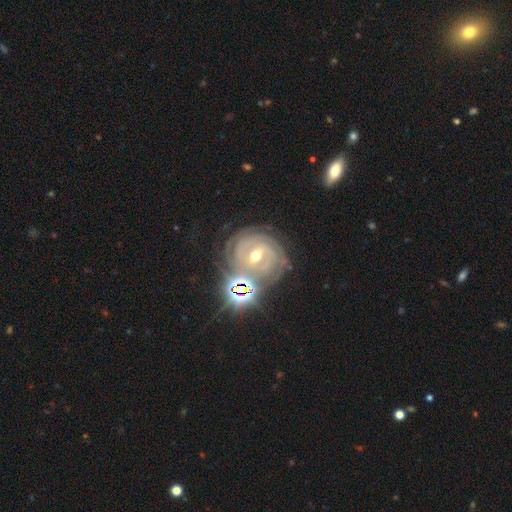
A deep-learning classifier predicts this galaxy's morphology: The model was most divided on "bar": weak: 42%, strong: 39%, no: 19%. Remaining: edge-on disk — no (96%); spiral arms — yes (91%); smooth or featured — featured or disk (78%); spiral winding — tight (72%); bulge size — moderate (71%); merging — none (68%); spiral arm count — can't tell (31%).